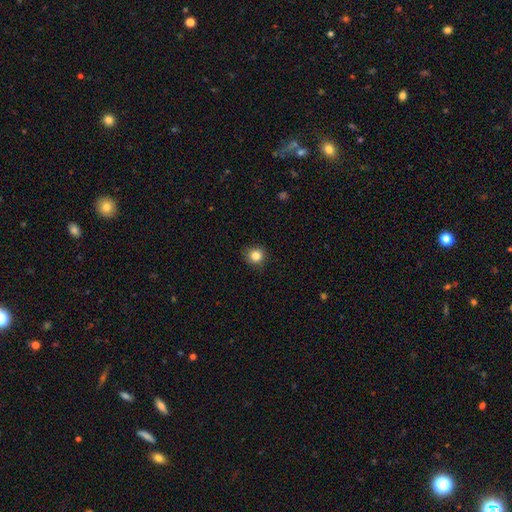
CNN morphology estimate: This appears to be a smooth galaxy with no disk features (84%) that is round (91%). Merging: none (87%).